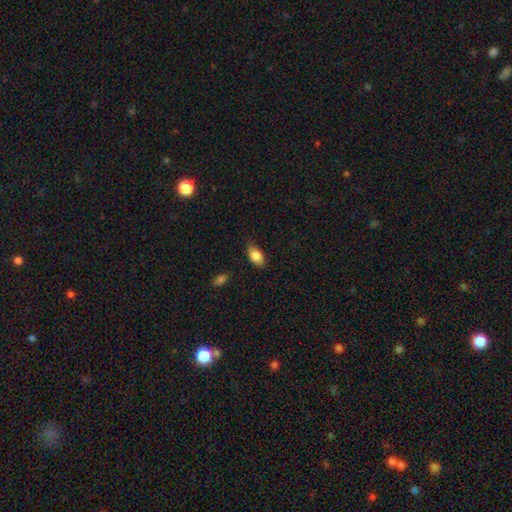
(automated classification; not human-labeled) Overall: smooth (84%). How rounded: in between (90%). Merging: none (74%).